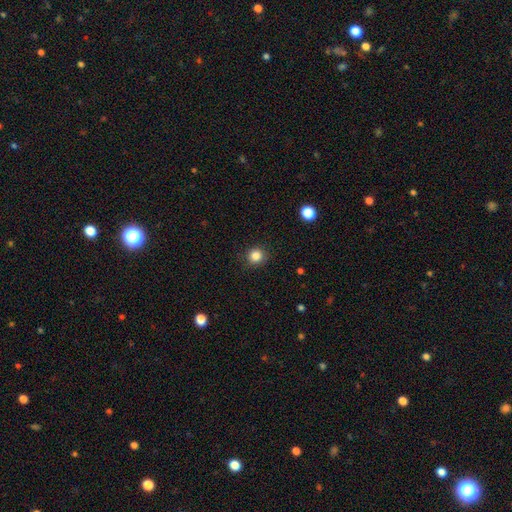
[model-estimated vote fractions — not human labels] Q: Smooth or featured?
A: smooth (84%); runner-up: star or artifact (12%)
Q: How rounded?
A: round (91%); runner-up: in between (8%)
Q: Merging?
A: none (89%); runner-up: minor disturbance (8%)